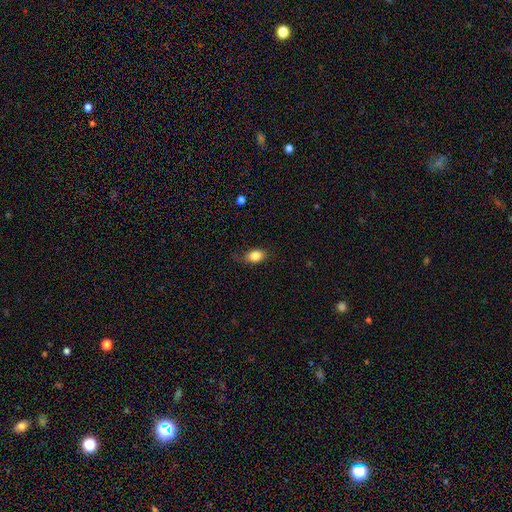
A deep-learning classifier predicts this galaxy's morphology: smooth_or_featured: smooth (p=0.83) [alt: star or artifact p=0.09]
how_rounded: in between (p=0.77) [alt: round p=0.20]
merging: none (p=0.72) [alt: minor disturbance p=0.21]